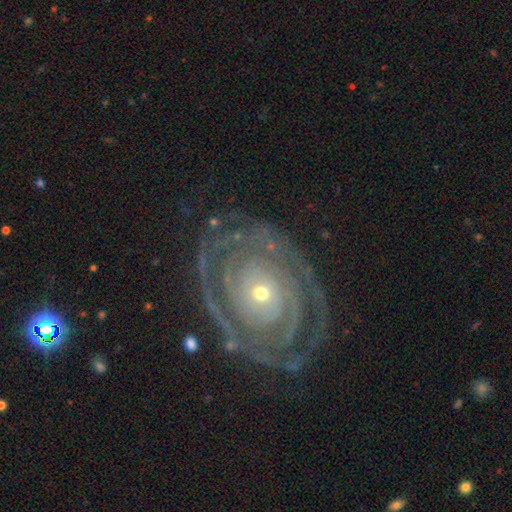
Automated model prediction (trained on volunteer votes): smooth-or-featured: featured or disk: 88% | star or artifact: 6% | smooth: 6%
  disk-edge-on: no: 96% | yes: 4%
    bar: no: 81% | weak: 11% | strong: 7%
    has-spiral-arms: yes: 95% | no: 5%
      spiral-winding: tight: 85% | medium: 12% | loose: 3%
      spiral-arm-count: 2: 31% | can't tell: 24% | 3: 17% | 4: 11% | more than 4: 9% | 1: 7%
    bulge-size: small: 68% | moderate: 28% | large: 2% | dominant: 1% | none: 1%
  merging: none: 77% | minor disturbance: 15% | major disturbance: 7% | merger: 2%